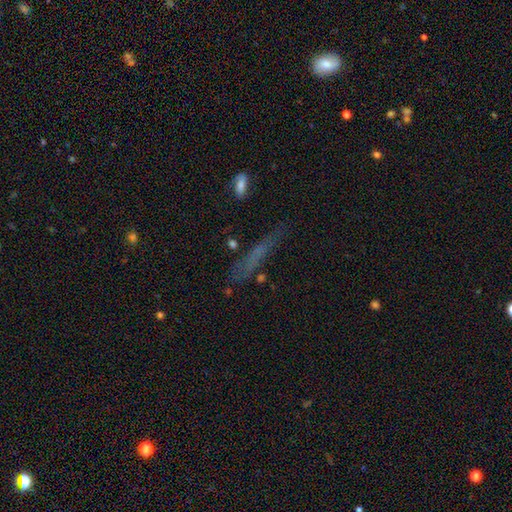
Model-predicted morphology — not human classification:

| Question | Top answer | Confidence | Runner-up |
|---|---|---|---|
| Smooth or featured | smooth | 45% | featured or disk (32%) |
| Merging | none | 71% | minor disturbance (17%) |